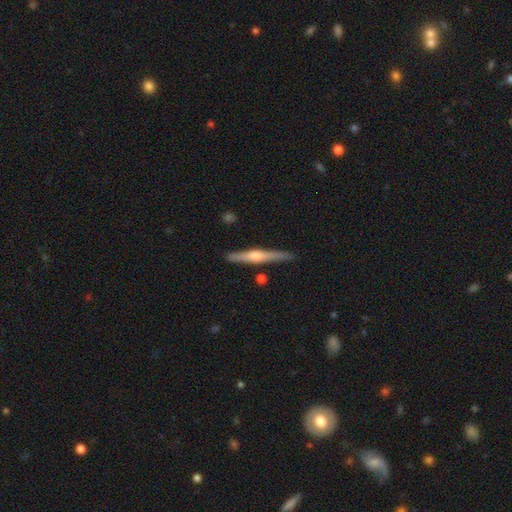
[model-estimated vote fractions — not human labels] Overall: featured or disk (69%). Edge-on disk: yes (98%). Edge-on bulge: rounded (80%). Merging: none (88%).